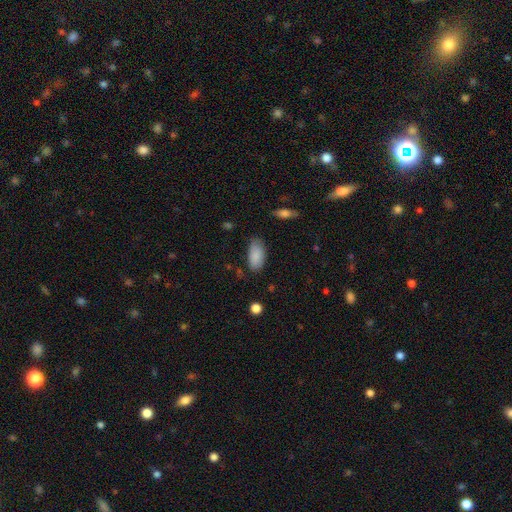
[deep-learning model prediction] smooth-or-featured: smooth: 87% | star or artifact: 7% | featured or disk: 6%
  how-rounded: in between: 92% | cigar-shaped: 5% | round: 2%
  merging: none: 74% | minor disturbance: 20% | major disturbance: 4% | merger: 2%